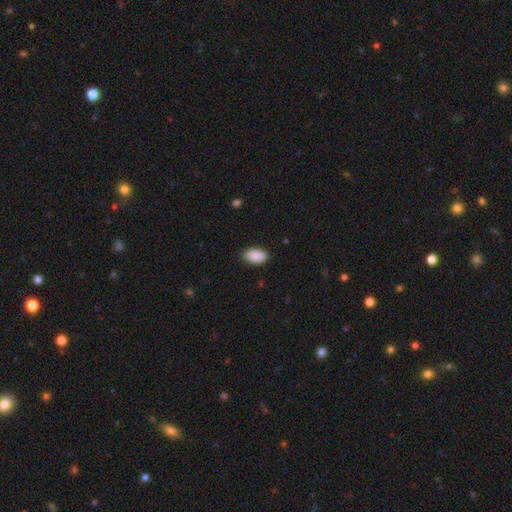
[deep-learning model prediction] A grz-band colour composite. It shows a smooth galaxy with no disk features (90%) that is in between round and cigar-shaped (92%). Merging: none (87%).